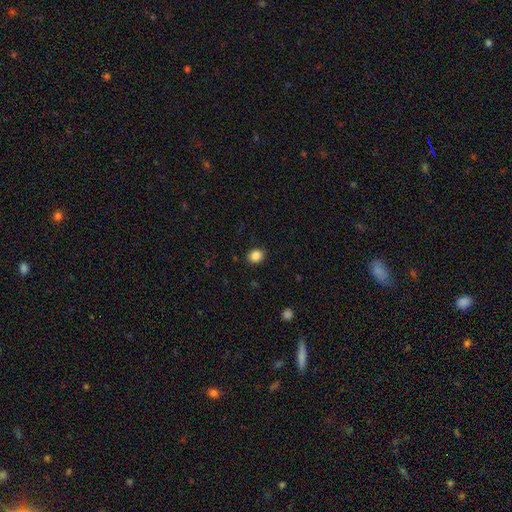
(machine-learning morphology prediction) Smooth or featured?
  - smooth: 86% *
  - star or artifact: 10%
  - featured or disk: 4%
How rounded?
  - round: 65% *
  - in between: 34%
  - cigar-shaped: 1%
Merging?
  - none: 90% *
  - minor disturbance: 7%
  - major disturbance: 2%
  - merger: 1%